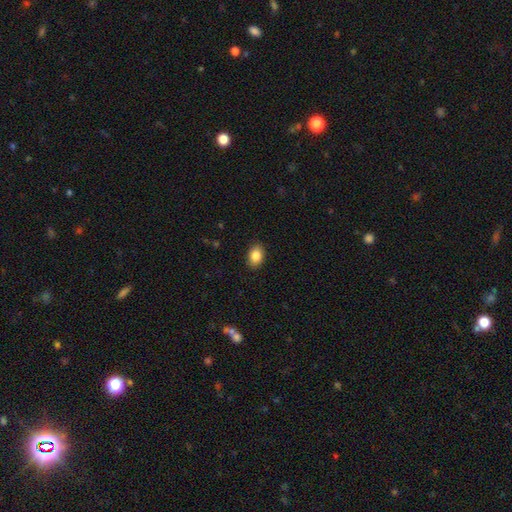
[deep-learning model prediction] Smooth or featured? smooth (86%)
How rounded? in between (83%)
Merging? none (88%)